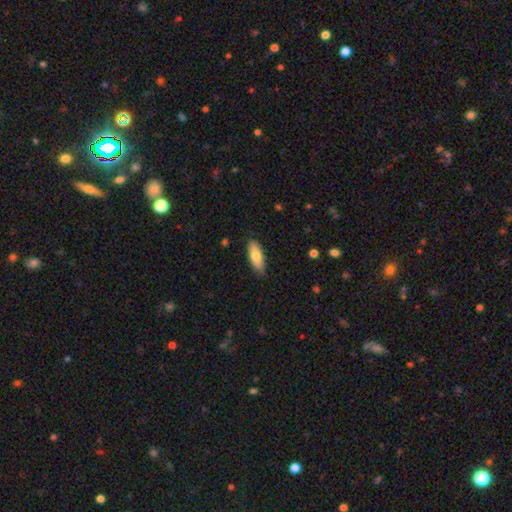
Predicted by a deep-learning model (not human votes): The model was most divided on "how rounded": in between: 68%, cigar-shaped: 30%, round: 2%. More confident: merging — none (83%); smooth or featured — smooth (76%).